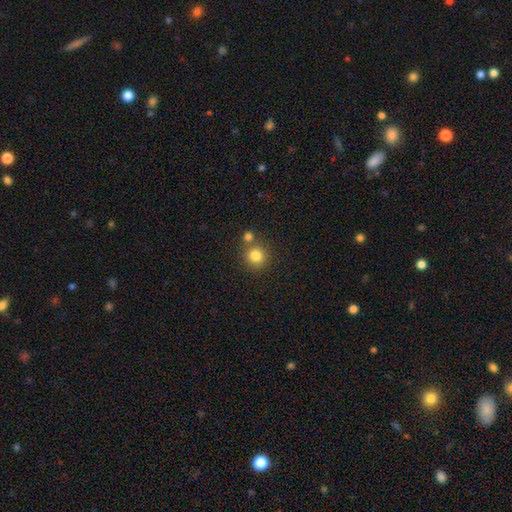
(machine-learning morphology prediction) A smooth galaxy with no disk features (82%) that is round (91%). Merging: none (68%).